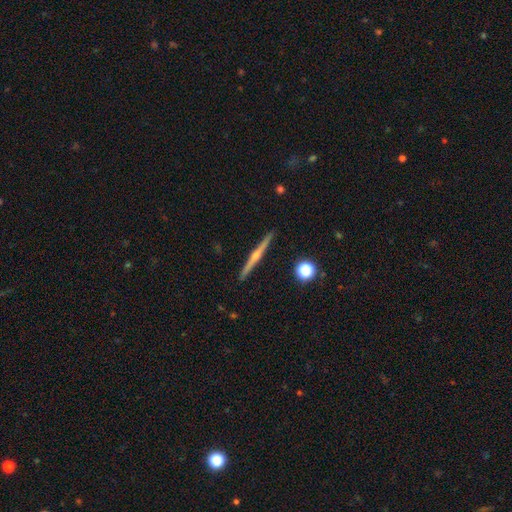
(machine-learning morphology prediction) This is likely a featured or disk galaxy (77%). It is clearly viewed edge-on (98%). Edge-on bulge: clearly rounded (86%). Merging: clearly none (92%).